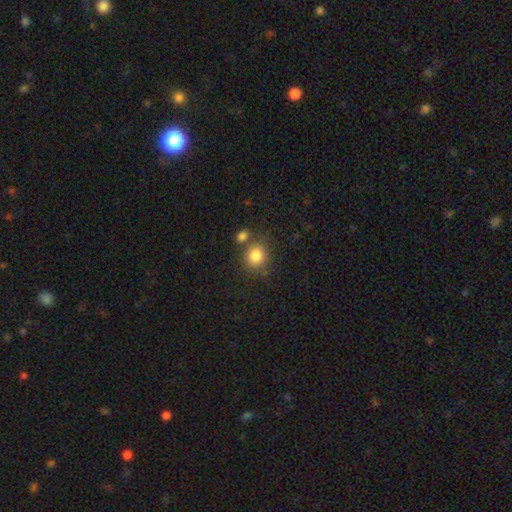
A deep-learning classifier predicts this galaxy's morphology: This is clearly a smooth galaxy (84%). How rounded: clearly round (84%). Merging: likely none (68%).